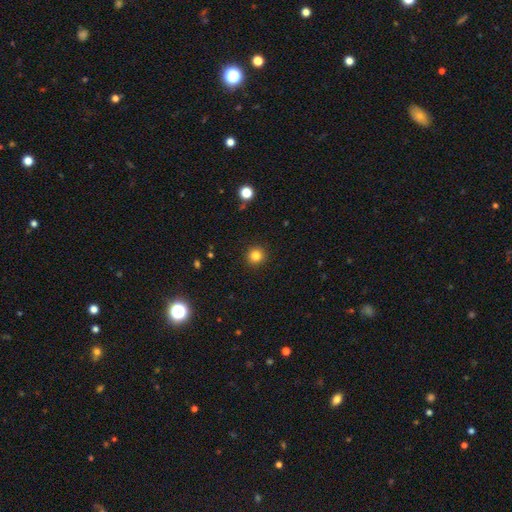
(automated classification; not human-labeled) smooth-or-featured: smooth: 83% | star or artifact: 12% | featured or disk: 5%
  how-rounded: round: 94% | in between: 5% | cigar-shaped: 1%
  merging: none: 92% | minor disturbance: 5% | major disturbance: 2% | merger: 1%